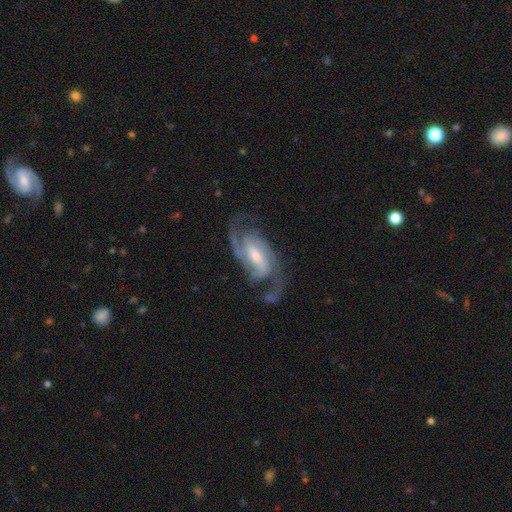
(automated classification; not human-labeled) The model was most divided on "spiral winding": medium: 51%, tight: 34%, loose: 14%. Remaining: spiral arms — yes (98%); edge-on disk — no (96%); smooth or featured — featured or disk (90%); spiral arm count — 2 (70%); merging — none (69%); bulge size — moderate (55%); bar — weak (46%).